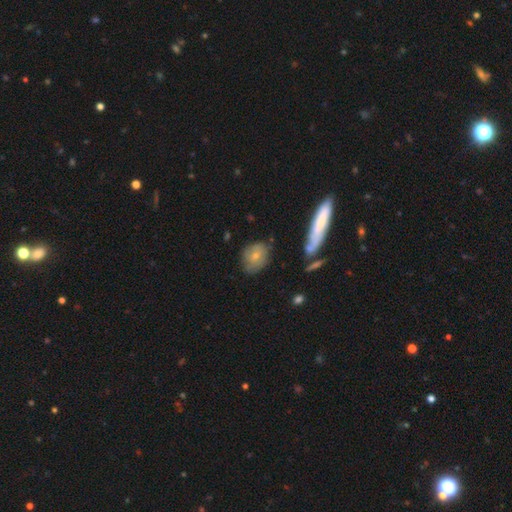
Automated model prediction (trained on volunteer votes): This is likely a smooth galaxy (68%). How rounded: possibly round (53%). Merging: likely none (64%).